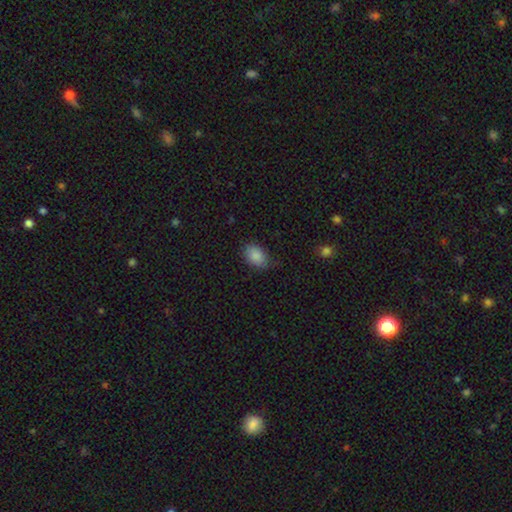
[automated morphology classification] A smooth galaxy with no disk features (87%) that is in between round and cigar-shaped (83%). Merging: none (72%).